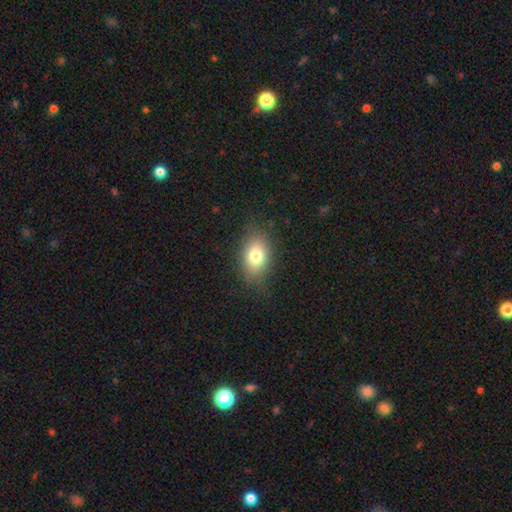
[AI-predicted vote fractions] smooth-or-featured: smooth: 78% | featured or disk: 12% | star or artifact: 10%
  how-rounded: in between: 78% | round: 20% | cigar-shaped: 2%
  merging: none: 81% | minor disturbance: 14% | major disturbance: 5% | merger: 1%